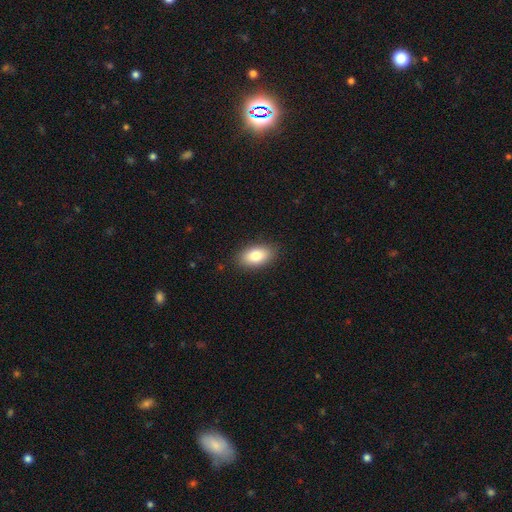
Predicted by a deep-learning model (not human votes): This appears to be a smooth galaxy with no disk features (82%) that is in between round and cigar-shaped (92%). Merging: none (87%).